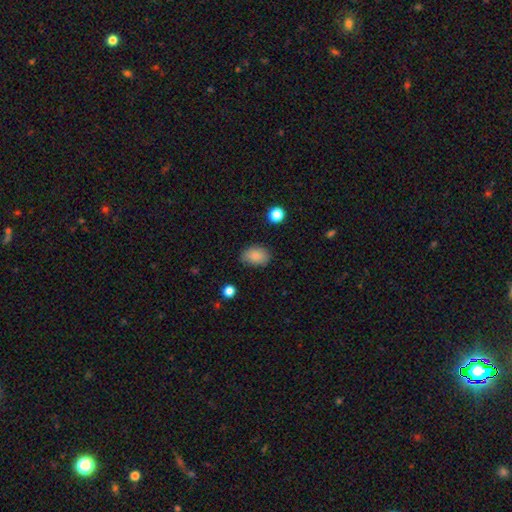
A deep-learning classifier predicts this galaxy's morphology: A smooth galaxy with no disk features (87%) that is in between round and cigar-shaped (81%).

Vote fractions:
- Smooth or featured? smooth: 87% / star or artifact: 9% / featured or disk: 4%
- How rounded? in between: 81% / round: 18% / cigar-shaped: 1%
- Merging? none: 77% / minor disturbance: 17% / major disturbance: 4% / merger: 1%